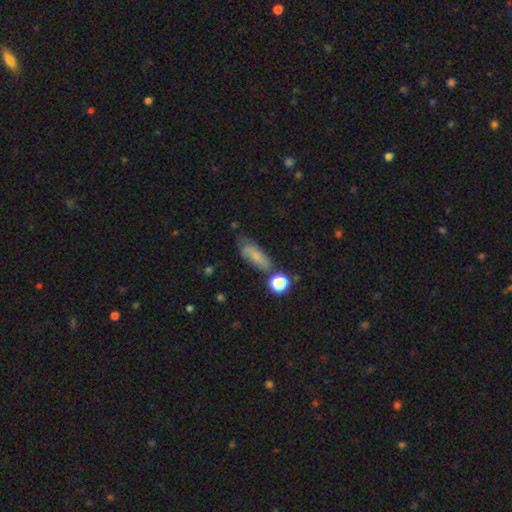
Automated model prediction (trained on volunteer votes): Morphology: type=smooth (69%); roundness=in between (62%); merging=none (57%).